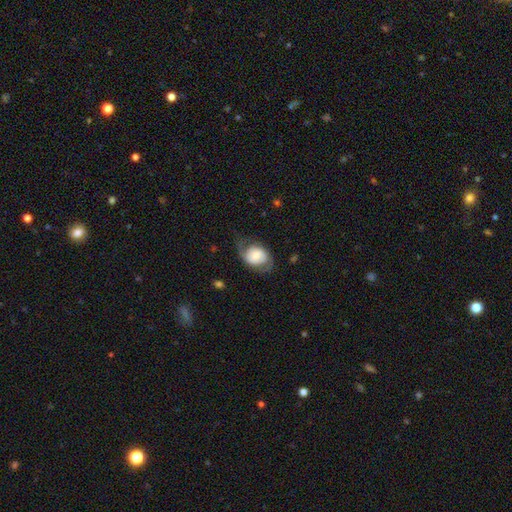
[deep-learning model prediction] Morphology: type=smooth (50%); roundness=in between (57%); merging=none (55%).